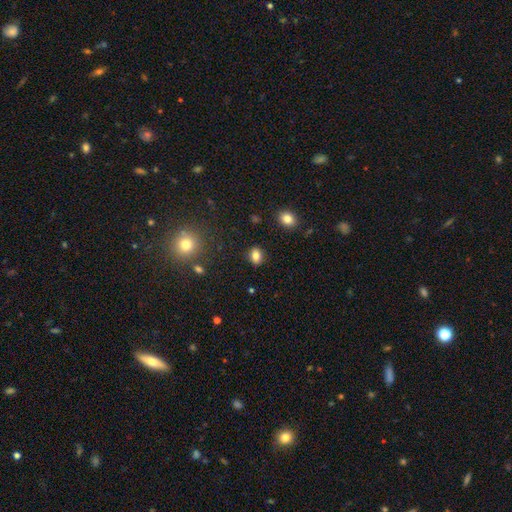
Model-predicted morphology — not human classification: smooth-or-featured: smooth: 83% | star or artifact: 11% | featured or disk: 6%
  how-rounded: in between: 61% | round: 38% | cigar-shaped: 1%
  merging: none: 87% | minor disturbance: 9% | major disturbance: 3% | merger: 2%